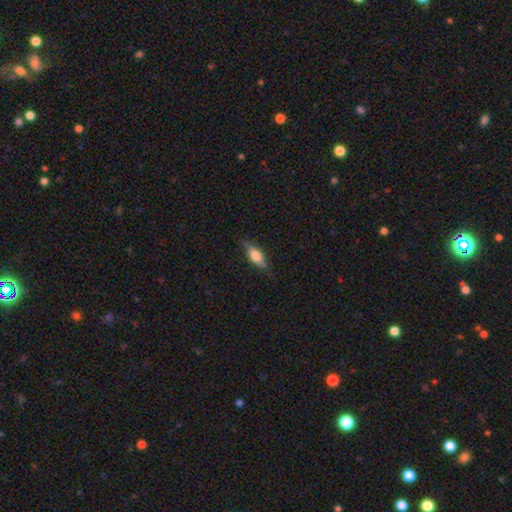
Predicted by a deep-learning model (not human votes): A smooth galaxy with no disk features (67%) that is in between round and cigar-shaped (65%). Merging: none (79%).